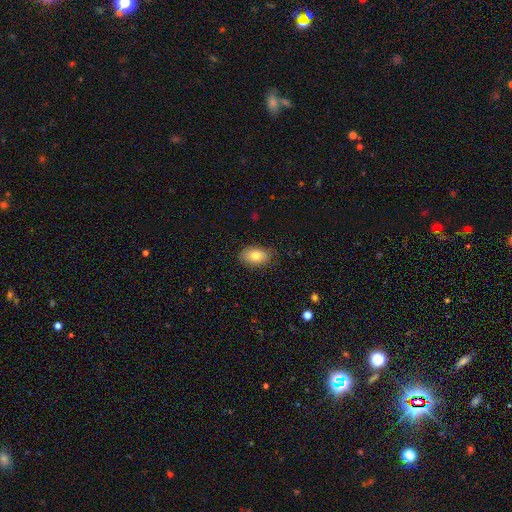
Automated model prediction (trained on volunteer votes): Morphology: type=smooth (79%); roundness=in between (90%); merging=none (82%).